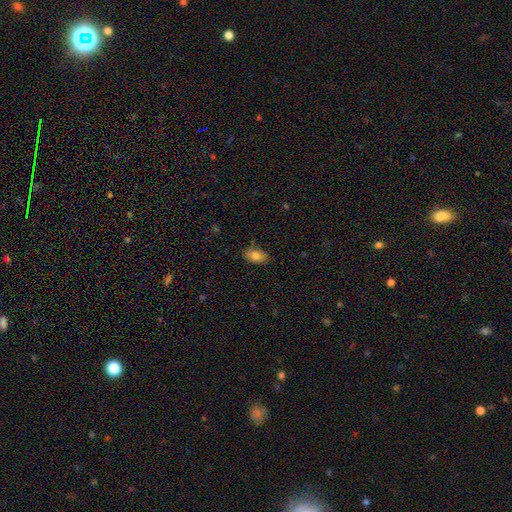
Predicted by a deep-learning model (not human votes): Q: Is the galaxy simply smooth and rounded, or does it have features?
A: smooth — 80%.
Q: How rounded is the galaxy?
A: in between — 90%.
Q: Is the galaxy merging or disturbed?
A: none — 83%.